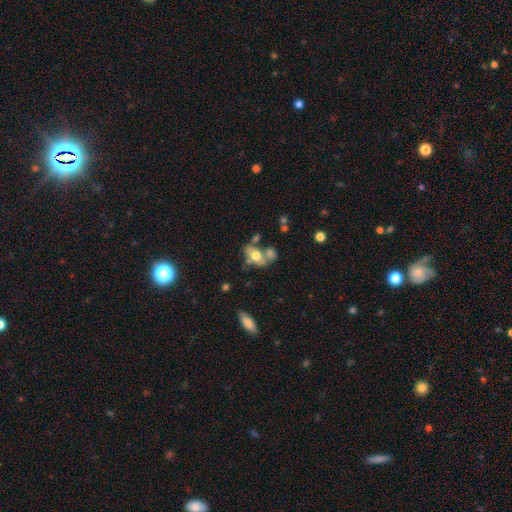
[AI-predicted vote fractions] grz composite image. It shows a smooth galaxy with no disk features (56%) that is in between round and cigar-shaped (80%). Merging: merger (44%).